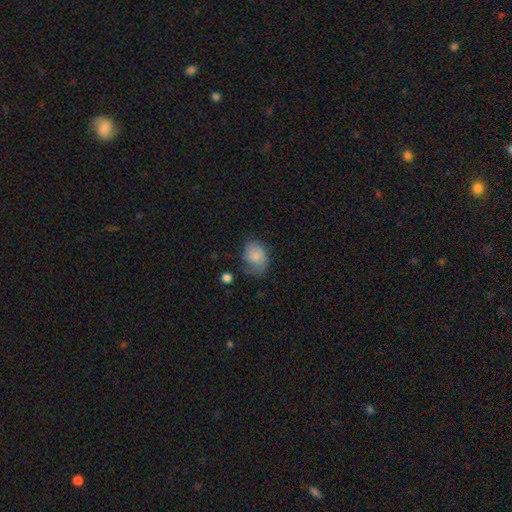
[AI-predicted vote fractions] This is likely a smooth galaxy (75%). How rounded: likely in between (68%). Merging: possibly none (46%).